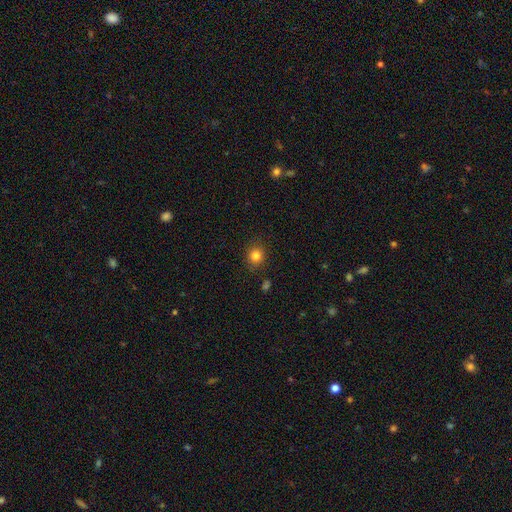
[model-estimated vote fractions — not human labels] A smooth galaxy with no disk features (83%) that is round (85%).

Vote fractions:
- Smooth or featured? smooth: 83% / star or artifact: 12% / featured or disk: 5%
- How rounded? round: 85% / in between: 14% / cigar-shaped: 1%
- Merging? none: 87% / minor disturbance: 9% / major disturbance: 2% / merger: 2%